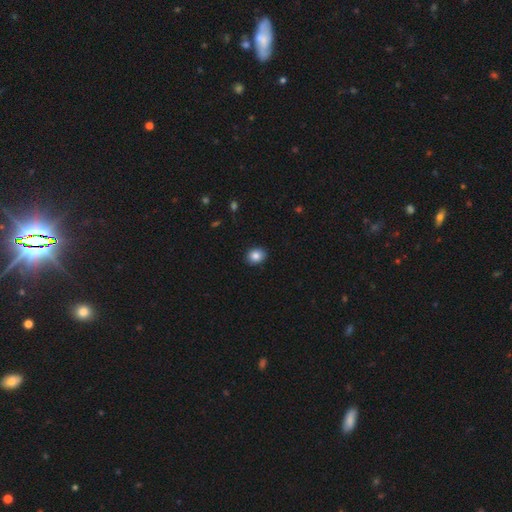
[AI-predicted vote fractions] A smooth galaxy with no disk features (85%) that is round (54%).

Vote fractions:
- Smooth or featured? smooth: 85% / star or artifact: 9% / featured or disk: 6%
- How rounded? round: 54% / in between: 45% / cigar-shaped: 1%
- Merging? none: 91% / minor disturbance: 7% / major disturbance: 2% / merger: 1%